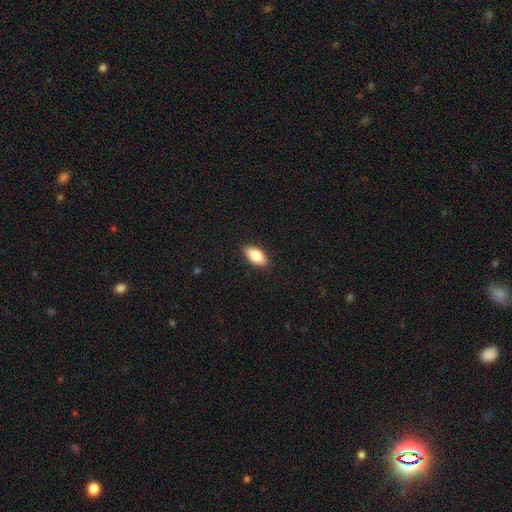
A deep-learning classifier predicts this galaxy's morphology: Overall: smooth (83%). How rounded: in between (88%). Merging: none (89%).